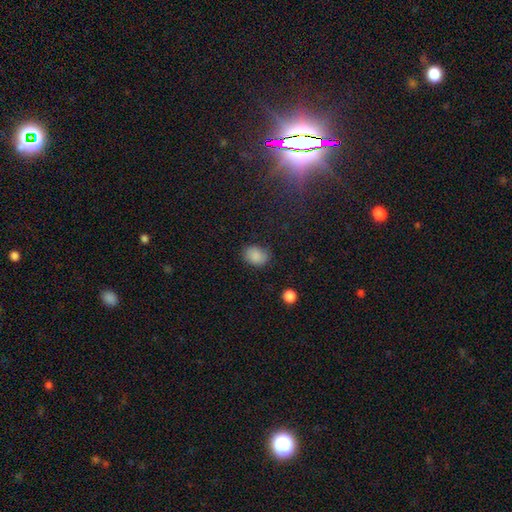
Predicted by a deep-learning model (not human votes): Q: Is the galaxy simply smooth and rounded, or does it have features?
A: smooth — 86%.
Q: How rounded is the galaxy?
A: in between — 64%.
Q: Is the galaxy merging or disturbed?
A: none — 75%.